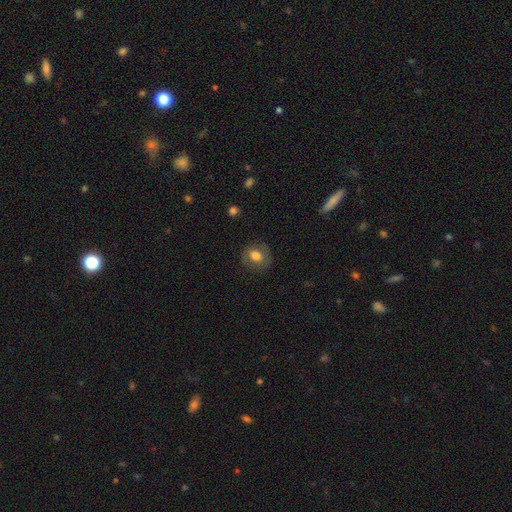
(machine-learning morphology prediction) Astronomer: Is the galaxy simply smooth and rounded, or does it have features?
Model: smooth — 66%.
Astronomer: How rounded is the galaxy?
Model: round — 62%.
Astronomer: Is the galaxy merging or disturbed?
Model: none — 78%.